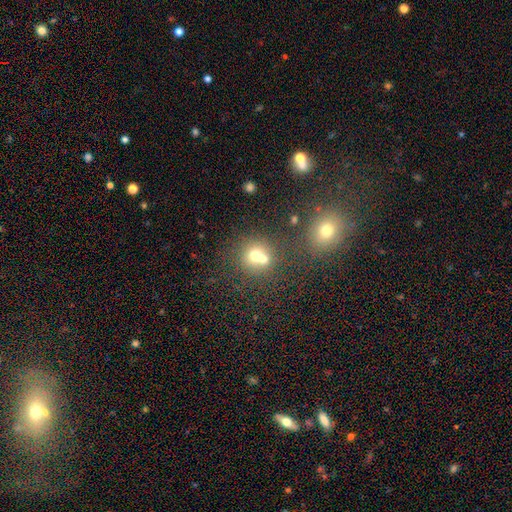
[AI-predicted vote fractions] Q: Smooth or featured?
A: smooth (66%); runner-up: featured or disk (18%)
Q: How rounded?
A: round (86%); runner-up: in between (13%)
Q: Merging?
A: merger (48%); runner-up: none (41%)